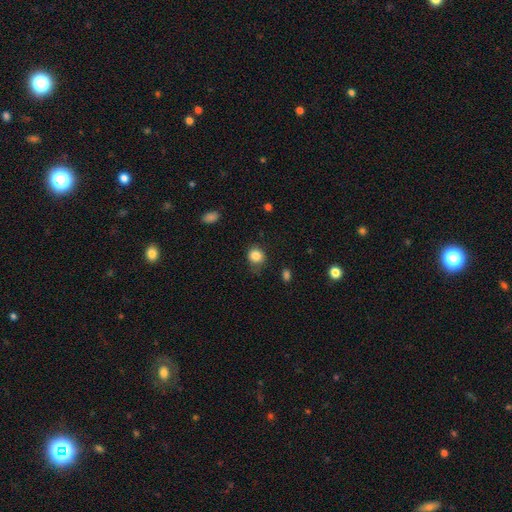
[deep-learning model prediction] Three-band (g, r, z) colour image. It shows a smooth galaxy with no disk features (84%) that is round (78%). Merging: none (71%).